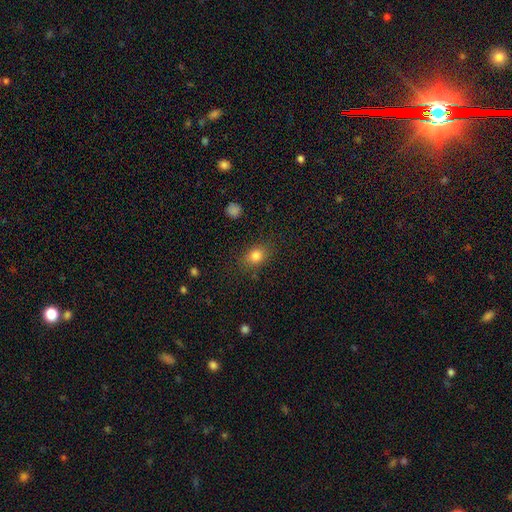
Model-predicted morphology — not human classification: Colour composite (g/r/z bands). It shows a smooth galaxy with no disk features (82%) that is in between round and cigar-shaped (66%). Merging: none (80%).